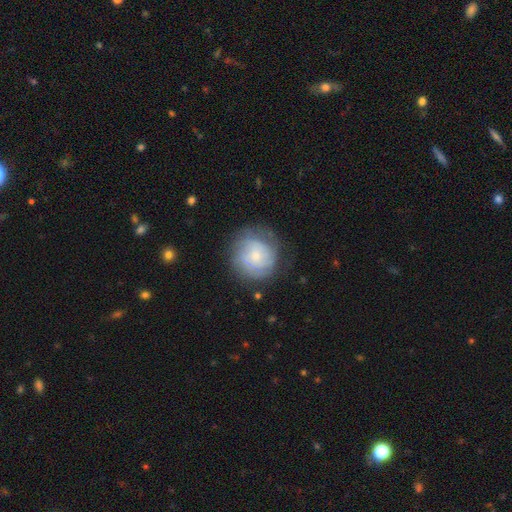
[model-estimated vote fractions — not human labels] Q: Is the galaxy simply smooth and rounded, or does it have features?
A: smooth — 47%.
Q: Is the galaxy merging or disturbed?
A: none — 69%.